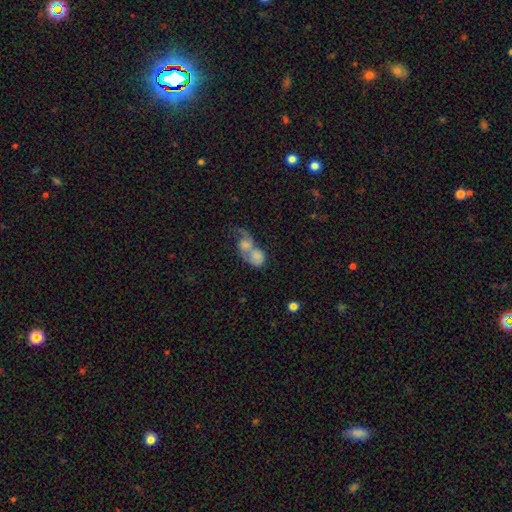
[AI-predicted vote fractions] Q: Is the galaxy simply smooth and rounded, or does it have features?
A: smooth — 64%.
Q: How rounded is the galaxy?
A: in between — 55%.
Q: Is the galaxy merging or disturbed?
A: merger — 80%.